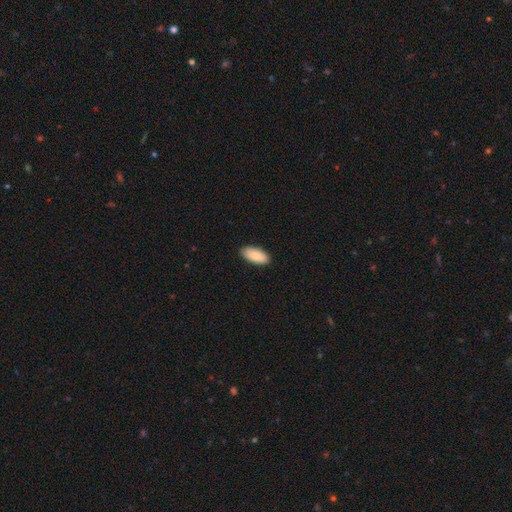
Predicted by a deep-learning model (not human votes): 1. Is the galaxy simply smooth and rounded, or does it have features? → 88% smooth, 6% featured or disk, 6% star or artifact.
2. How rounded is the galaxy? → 89% in between, 9% cigar-shaped, 2% round.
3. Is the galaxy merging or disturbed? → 90% none, 7% minor disturbance, 2% major disturbance, 1% merger.